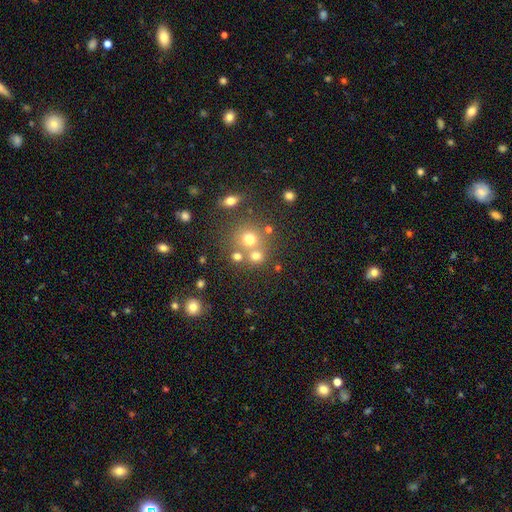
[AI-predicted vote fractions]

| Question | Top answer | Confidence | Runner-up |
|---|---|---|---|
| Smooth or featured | smooth | 68% | star or artifact (19%) |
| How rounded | round | 84% | in between (15%) |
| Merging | none | 57% | merger (30%) |